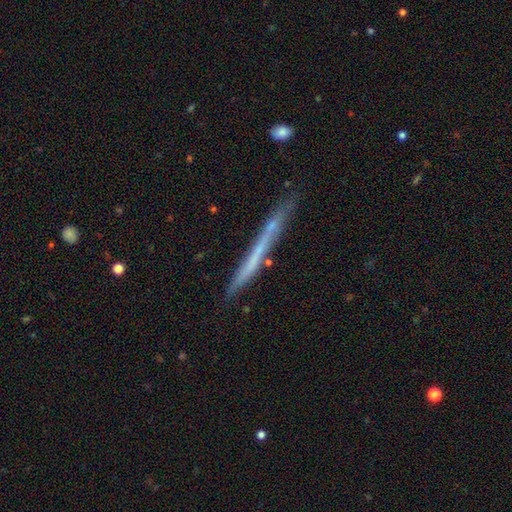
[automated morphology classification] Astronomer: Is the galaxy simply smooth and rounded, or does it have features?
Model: featured or disk — 49% (runner-up: smooth, 44%).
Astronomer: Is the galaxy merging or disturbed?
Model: none — 78%.